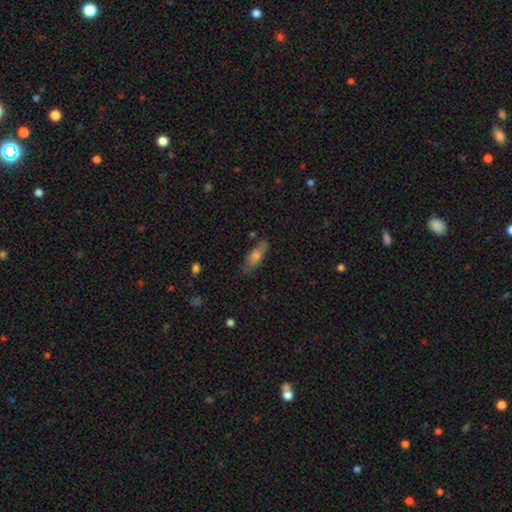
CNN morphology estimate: This appears to be a smooth galaxy with no disk features (60%) that is in between round and cigar-shaped (53%). Merging: none (75%).